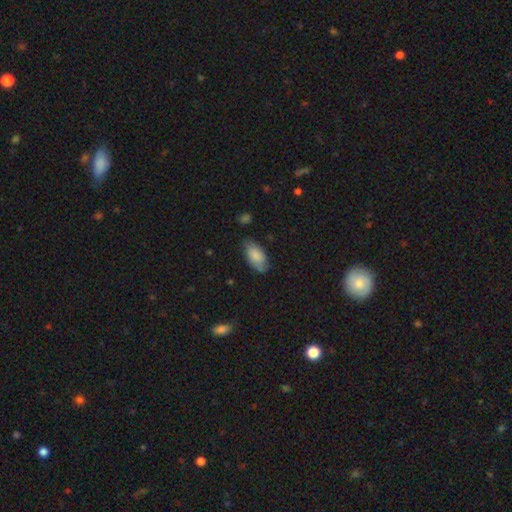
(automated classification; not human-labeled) Overall: smooth (76%). How rounded: in between (93%). Merging: none (70%).